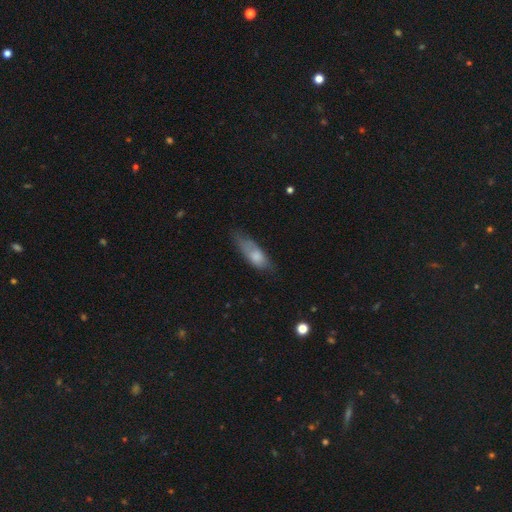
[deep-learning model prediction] Morphology: type=smooth (71%); roundness=in between (65%); merging=none (45%).